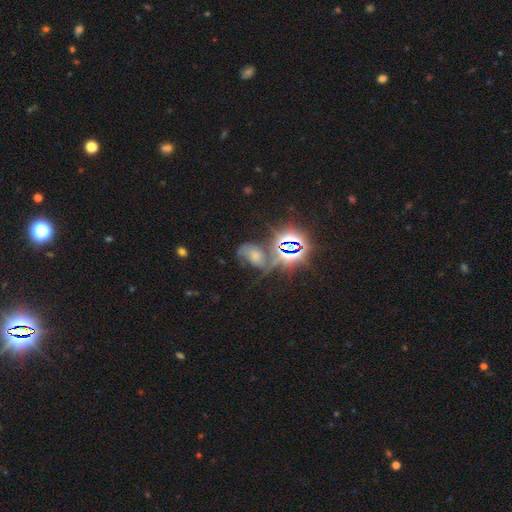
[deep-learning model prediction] Overall: star or artifact (42%; smooth 29%).